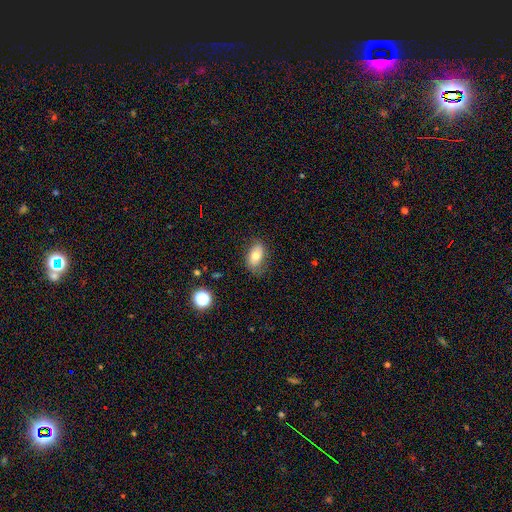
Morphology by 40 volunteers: smooth_or_featured: smooth (p=0.75) [alt: featured or disk p=0.20]
how_rounded: in between (p=0.97) [alt: round p=0.03]
merging: none (p=0.71) [alt: minor disturbance p=0.29]